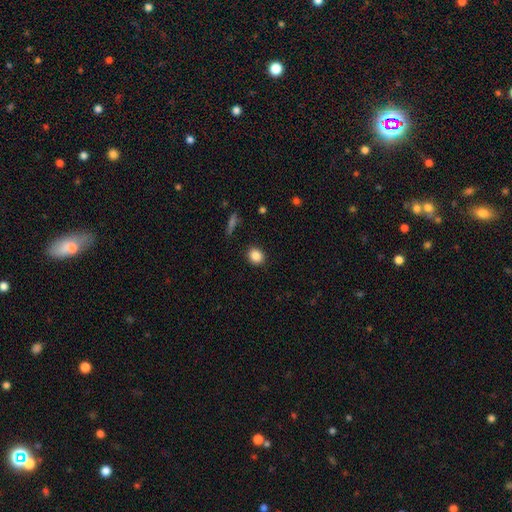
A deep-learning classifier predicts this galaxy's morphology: The model was most divided on "how rounded": round: 73%, in between: 26%, cigar-shaped: 1%. More confident: merging — none (90%); smooth or featured — smooth (87%).